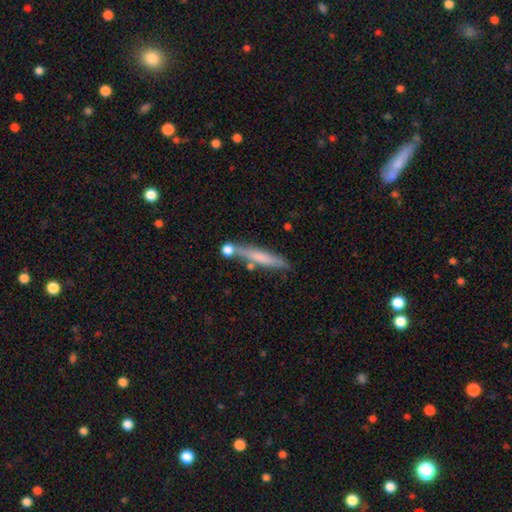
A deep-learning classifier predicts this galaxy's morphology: A smooth galaxy with no disk features (58%) that is cigar-shaped (91%). Merging: none (68%).